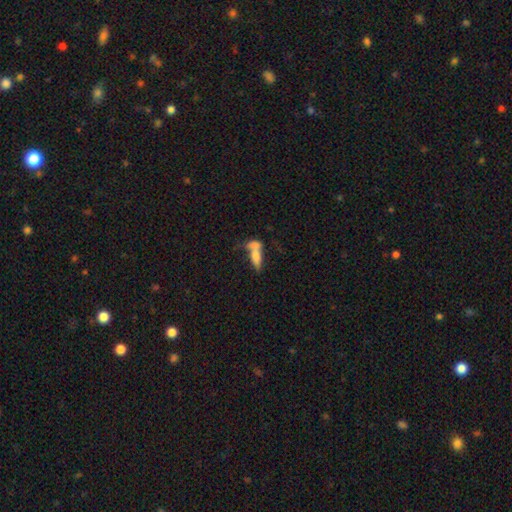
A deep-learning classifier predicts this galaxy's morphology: Smooth or featured?
  - smooth: 69% *
  - featured or disk: 21%
  - star or artifact: 10%
How rounded?
  - in between: 68% *
  - cigar-shaped: 28%
  - round: 4%
Merging?
  - merger: 58% *
  - none: 23%
  - minor disturbance: 10%
  - major disturbance: 9%